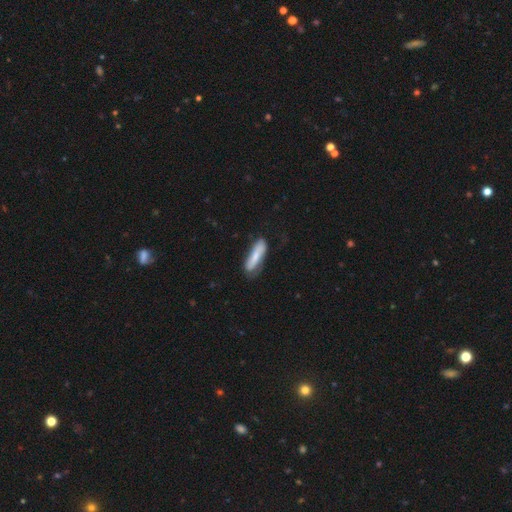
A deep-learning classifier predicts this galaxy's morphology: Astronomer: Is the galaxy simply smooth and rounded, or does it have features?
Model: smooth — 67%.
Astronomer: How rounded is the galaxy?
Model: cigar-shaped — 59% (runner-up: in between, 39%).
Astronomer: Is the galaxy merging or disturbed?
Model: none — 62%.